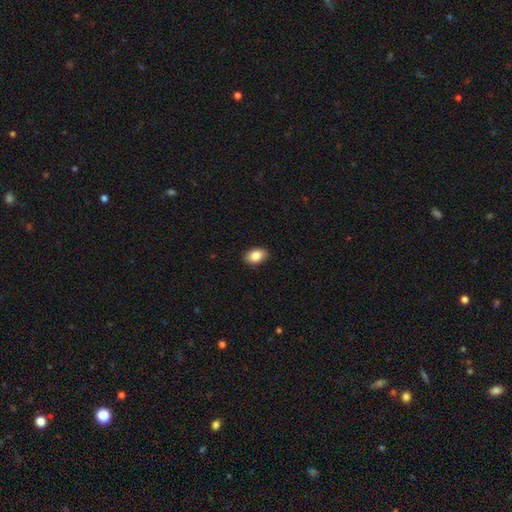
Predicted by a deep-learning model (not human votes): smooth-or-featured: smooth: 86% | star or artifact: 7% | featured or disk: 6%
  how-rounded: in between: 86% | round: 13% | cigar-shaped: 1%
  merging: none: 89% | minor disturbance: 8% | major disturbance: 2% | merger: 1%